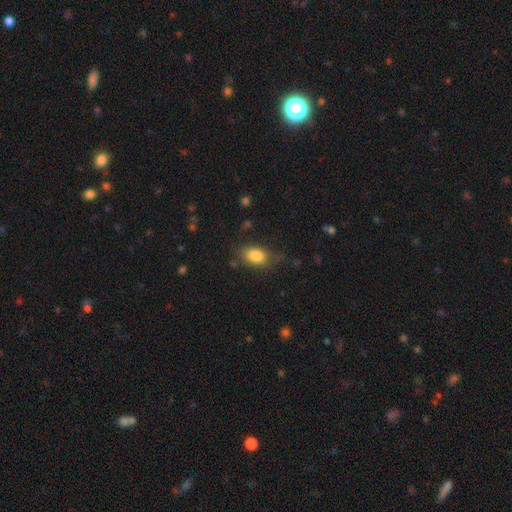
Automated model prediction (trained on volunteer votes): This appears to be a smooth galaxy with no disk features (84%) that is in between round and cigar-shaped (83%). Merging: none (70%).